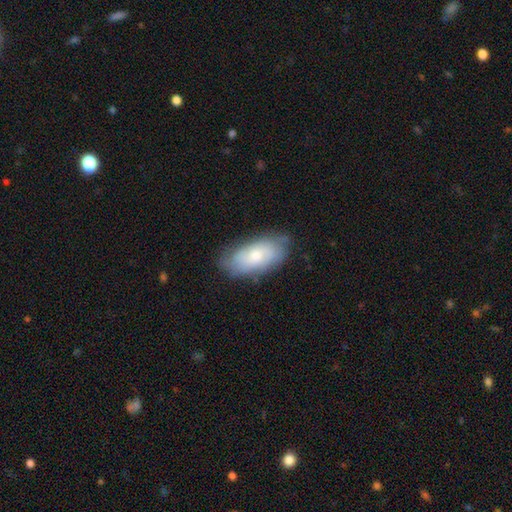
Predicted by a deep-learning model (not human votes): Smooth or featured: smooth — 58% (featured or disk — 35%)
How rounded: in between — 90% (cigar-shaped — 7%)
Merging: none — 73% (minor disturbance — 21%)